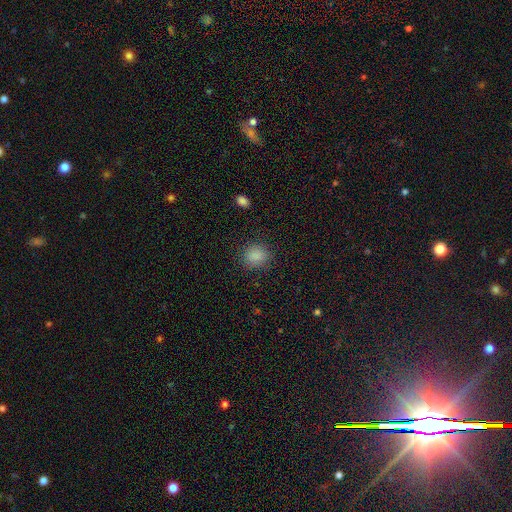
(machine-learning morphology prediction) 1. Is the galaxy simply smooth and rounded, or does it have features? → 86% smooth, 11% star or artifact, 3% featured or disk.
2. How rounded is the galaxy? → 75% round, 24% in between, 1% cigar-shaped.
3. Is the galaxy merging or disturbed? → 86% none, 9% minor disturbance, 3% major disturbance, 1% merger.